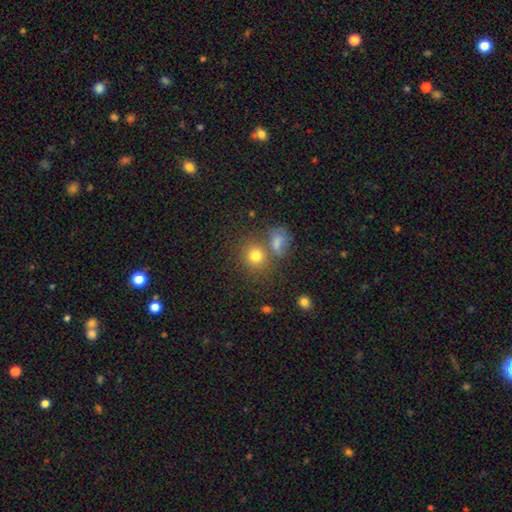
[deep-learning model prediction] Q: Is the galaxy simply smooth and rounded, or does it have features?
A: smooth — 77%.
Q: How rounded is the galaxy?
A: round — 77%.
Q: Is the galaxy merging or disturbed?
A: none — 60%.